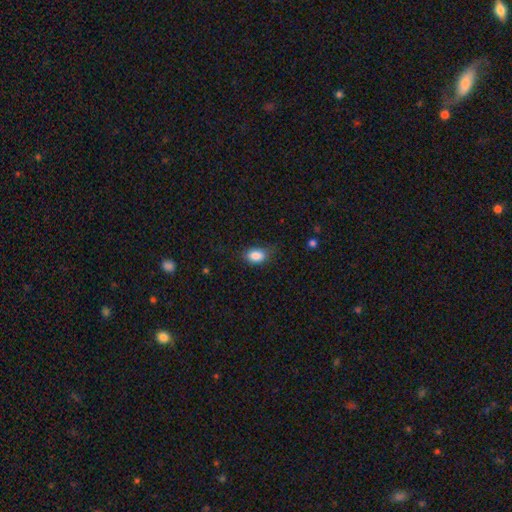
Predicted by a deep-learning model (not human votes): Overall: smooth (86%). How rounded: in between (81%). Merging: none (69%).